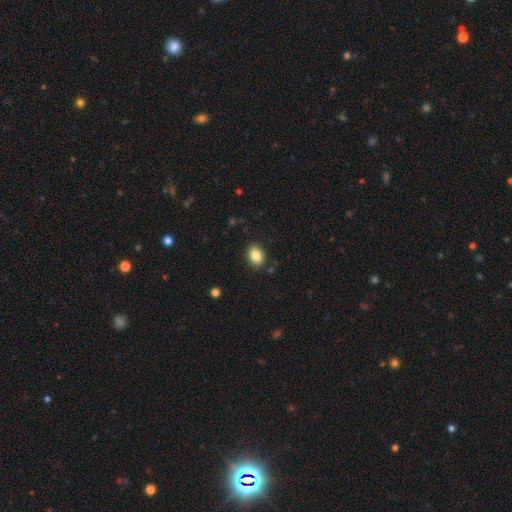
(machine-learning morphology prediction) smooth 85%, star or artifact 9%, featured or disk 7%. Down the decision tree: how rounded — in between (73%); merging — none (86%).